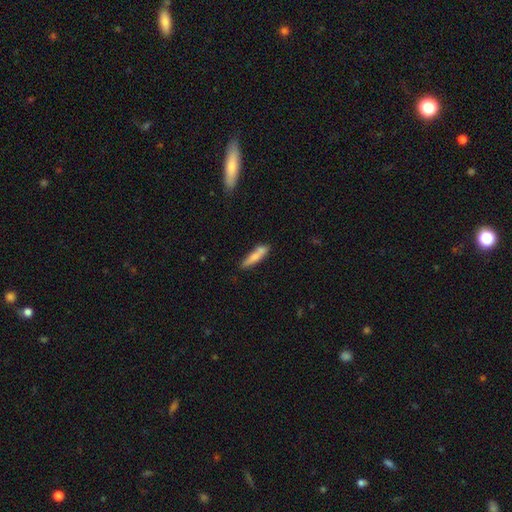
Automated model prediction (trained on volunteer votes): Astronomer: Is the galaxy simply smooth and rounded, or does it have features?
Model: smooth — 73%.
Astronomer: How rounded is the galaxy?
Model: cigar-shaped — 82%.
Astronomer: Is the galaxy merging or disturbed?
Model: none — 68%.